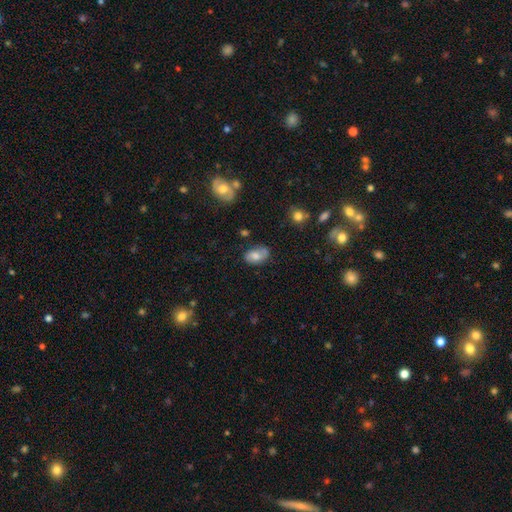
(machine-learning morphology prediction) This is possibly a smooth galaxy (60%). How rounded: clearly in between (88%). Merging: likely none (66%).